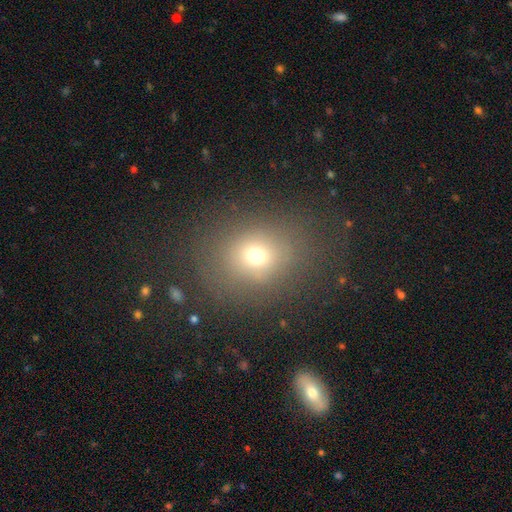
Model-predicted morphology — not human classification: The model was most divided on "how rounded": round: 65%, in between: 33%, cigar-shaped: 1%. More confident: merging — none (77%); smooth or featured — smooth (67%).